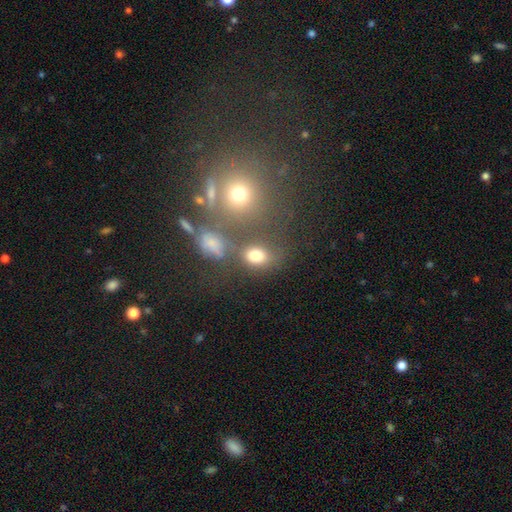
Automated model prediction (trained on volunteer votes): Smooth or featured?
  - smooth: 75% *
  - star or artifact: 15%
  - featured or disk: 10%
How rounded?
  - in between: 64% *
  - round: 34%
  - cigar-shaped: 2%
Merging?
  - none: 55% *
  - merger: 21%
  - minor disturbance: 15%
  - major disturbance: 9%